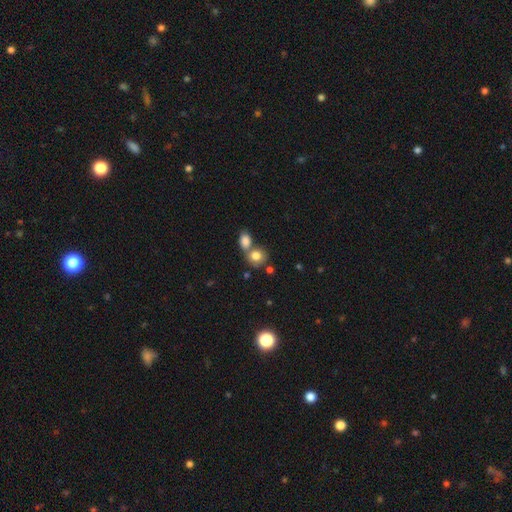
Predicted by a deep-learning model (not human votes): A smooth galaxy with no disk features (80%) that is round (62%). Merging: merger (48%).